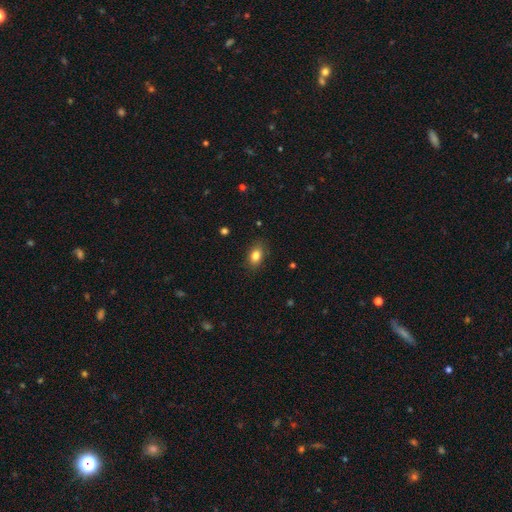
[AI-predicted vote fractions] Morphology: type=smooth (83%); roundness=in between (79%); merging=none (85%).